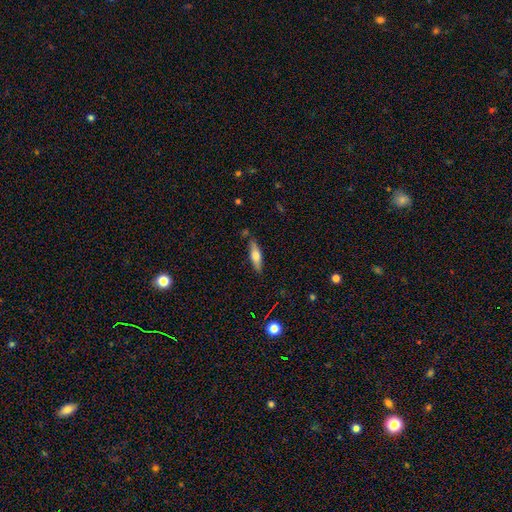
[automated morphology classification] smooth_or_featured: smooth (p=0.58) [alt: featured or disk p=0.35]
how_rounded: cigar-shaped (p=0.63) [alt: in between p=0.35]
merging: none (p=0.79) [alt: minor disturbance p=0.14]